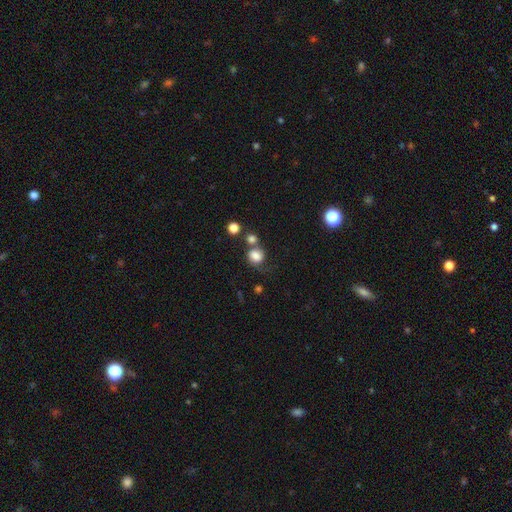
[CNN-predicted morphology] Smooth or featured? smooth (77%)
How rounded? round (72%)
Merging? none (40%)